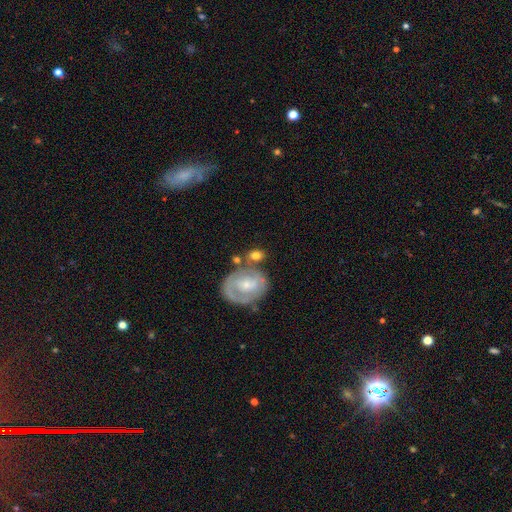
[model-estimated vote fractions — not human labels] Smooth or featured?
  - smooth: 49% *
  - featured or disk: 43%
  - star or artifact: 7%
Merging?
  - none: 55% *
  - merger: 19%
  - minor disturbance: 18%
  - major disturbance: 8%